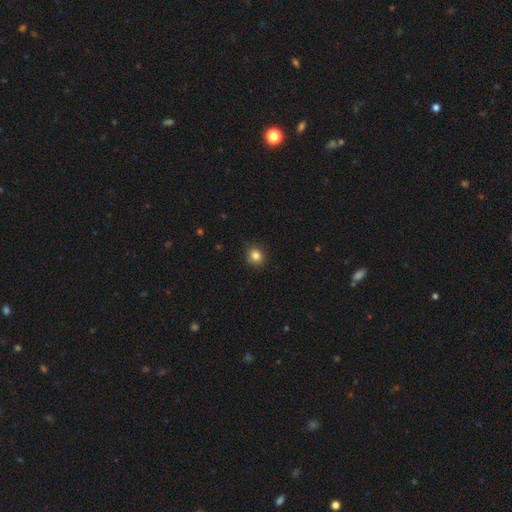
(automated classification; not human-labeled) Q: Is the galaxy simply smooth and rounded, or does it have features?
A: smooth — 84%.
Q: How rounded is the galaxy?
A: round — 76%.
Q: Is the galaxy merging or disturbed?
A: none — 87%.